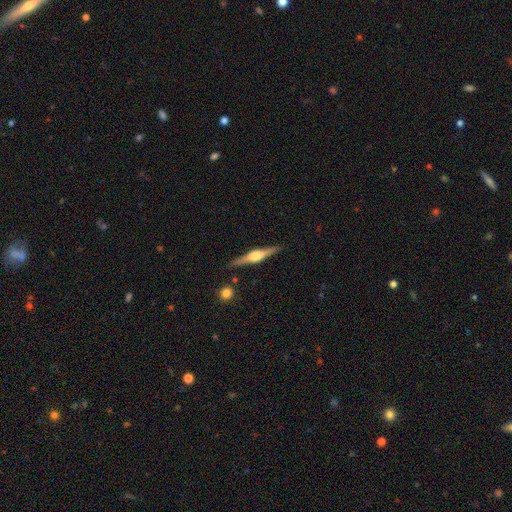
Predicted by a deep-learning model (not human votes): smooth_or_featured: featured or disk (p=0.81) [alt: smooth p=0.13]
disk_edge_on: yes (p=0.98) [alt: no p=0.02]
edge_on_bulge: rounded (p=0.91) [alt: boxy p=0.07]
merging: none (p=0.88) [alt: minor disturbance p=0.08]